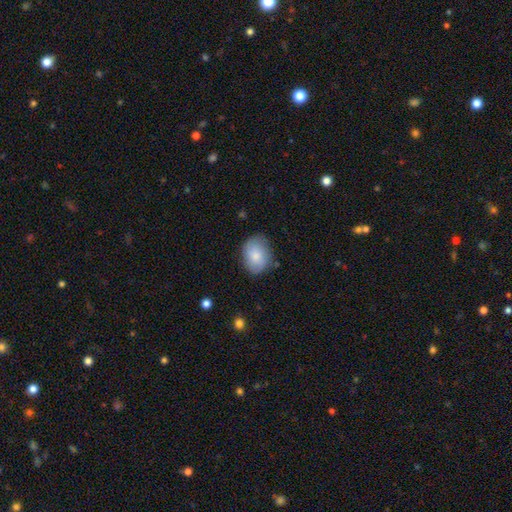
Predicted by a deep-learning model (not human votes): This is likely a smooth galaxy (80%). How rounded: likely in between (66%). Merging: likely none (74%).